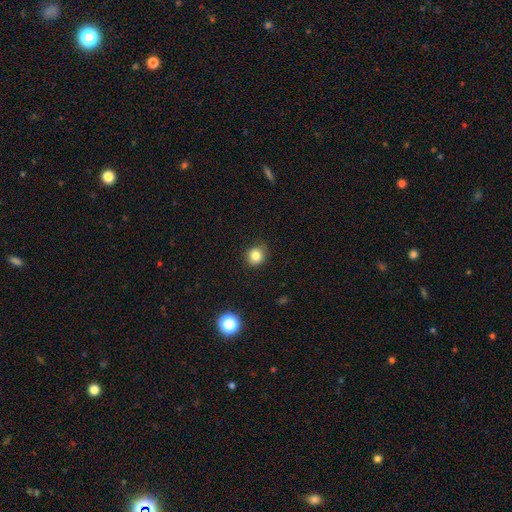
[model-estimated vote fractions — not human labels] smooth-or-featured: smooth: 82% | star or artifact: 12% | featured or disk: 6%
  how-rounded: round: 82% | in between: 18% | cigar-shaped: 1%
  merging: none: 84% | minor disturbance: 12% | major disturbance: 3% | merger: 1%